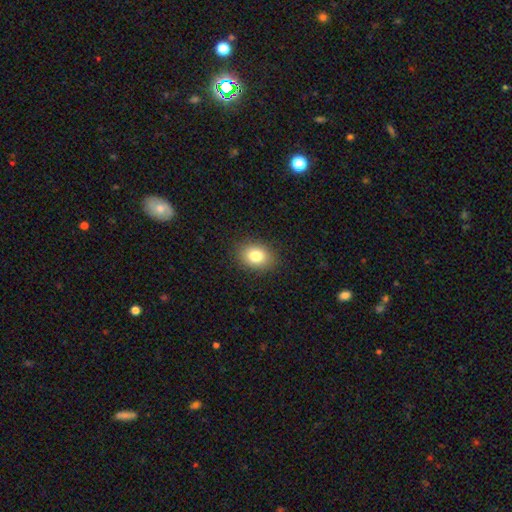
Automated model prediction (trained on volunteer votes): The model was most divided on "how rounded": in between: 59%, round: 40%, cigar-shaped: 1%. More confident: merging — none (88%); smooth or featured — smooth (81%).